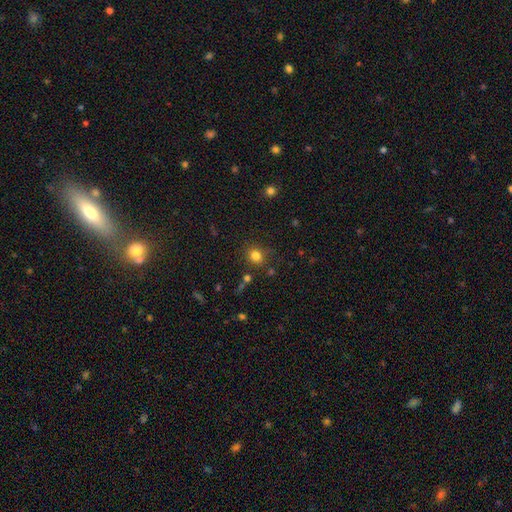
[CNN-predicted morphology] smooth 80%, star or artifact 14%, featured or disk 6%. Down the decision tree: how rounded — round (82%); merging — none (81%).